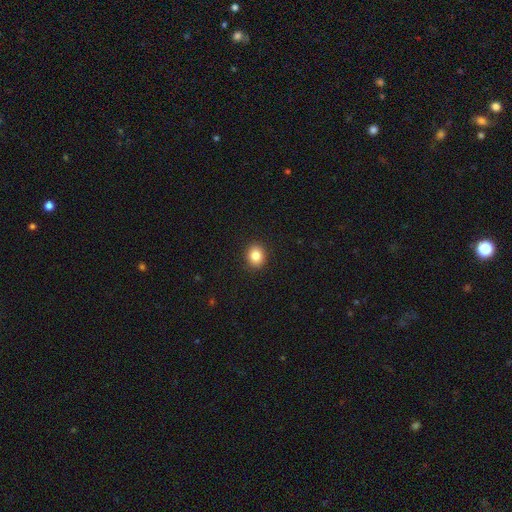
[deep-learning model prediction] This is clearly a smooth galaxy (85%). How rounded: likely round (67%). Merging: clearly none (91%).